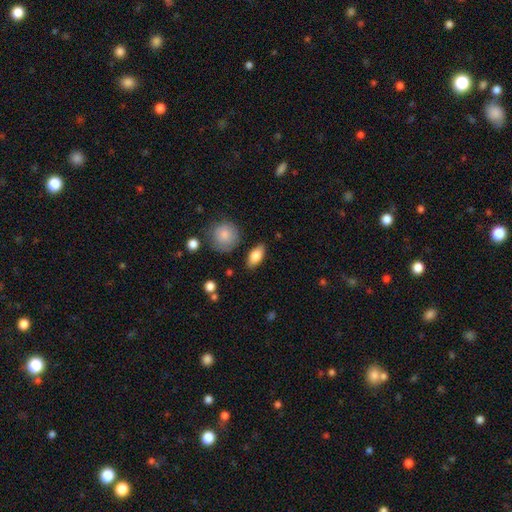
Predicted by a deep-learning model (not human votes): Smooth or featured? Predicted: smooth (p=0.80). How rounded? Predicted: in between (p=0.85). Merging? Predicted: none (p=0.84).